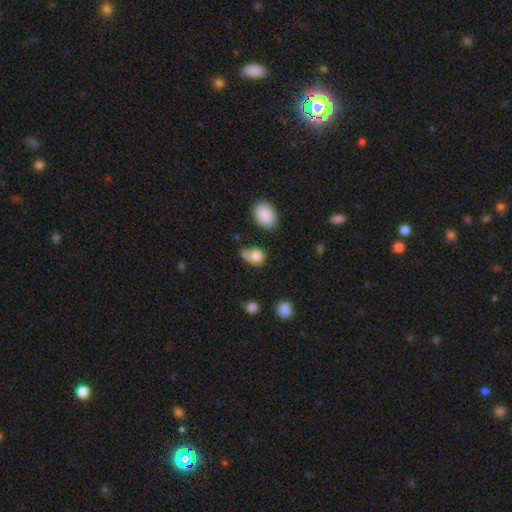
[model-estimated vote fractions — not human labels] smooth-or-featured: smooth: 80% | star or artifact: 11% | featured or disk: 9%
  how-rounded: round: 54% | in between: 45% | cigar-shaped: 1%
  merging: none: 43% | merger: 26% | minor disturbance: 22% | major disturbance: 9%